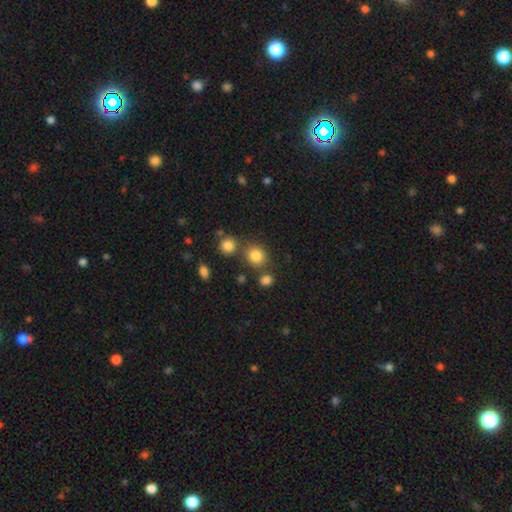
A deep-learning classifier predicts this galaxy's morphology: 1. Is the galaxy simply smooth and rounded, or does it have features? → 82% smooth, 12% star or artifact, 6% featured or disk.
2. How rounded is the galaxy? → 79% round, 20% in between, 1% cigar-shaped.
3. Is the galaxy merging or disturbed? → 72% none, 15% merger, 10% minor disturbance, 4% major disturbance.